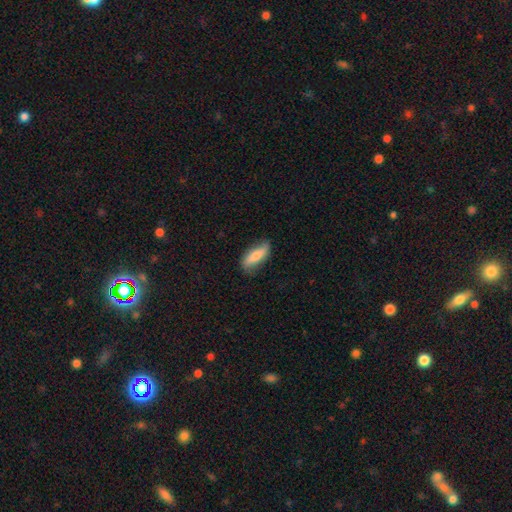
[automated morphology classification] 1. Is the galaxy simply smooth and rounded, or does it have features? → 65% smooth, 29% featured or disk, 6% star or artifact.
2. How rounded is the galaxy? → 56% in between, 41% cigar-shaped, 3% round.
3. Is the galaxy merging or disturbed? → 71% none, 22% minor disturbance, 5% major disturbance, 1% merger.